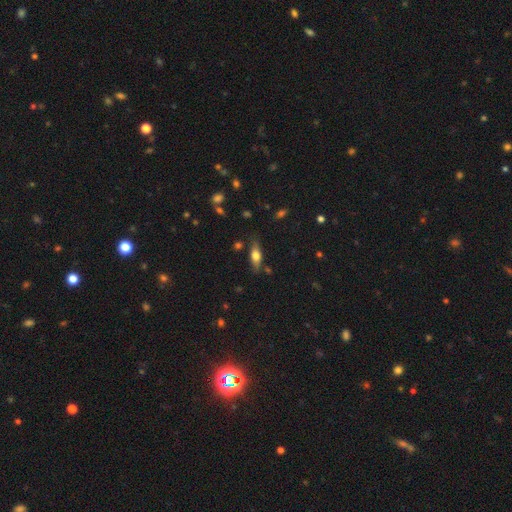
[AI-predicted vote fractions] Smooth or featured?
  - smooth: 56% *
  - featured or disk: 36%
  - star or artifact: 8%
How rounded?
  - in between: 60% *
  - cigar-shaped: 37%
  - round: 3%
Merging?
  - none: 78% *
  - minor disturbance: 16%
  - major disturbance: 4%
  - merger: 3%